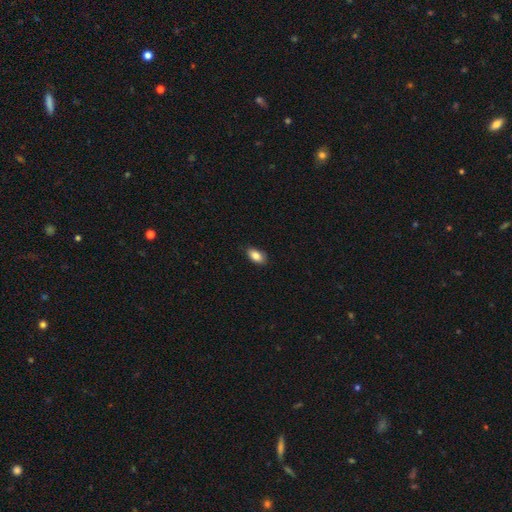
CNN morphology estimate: Smooth or featured? Predicted: smooth (p=0.85). How rounded? Predicted: in between (p=0.91). Merging? Predicted: none (p=0.83).